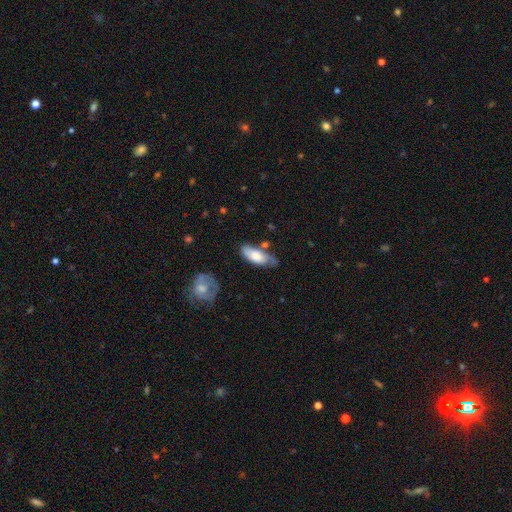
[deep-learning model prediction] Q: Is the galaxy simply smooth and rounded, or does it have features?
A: smooth — 65%.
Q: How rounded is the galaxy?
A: in between — 77%.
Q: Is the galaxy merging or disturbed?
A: none — 51%.